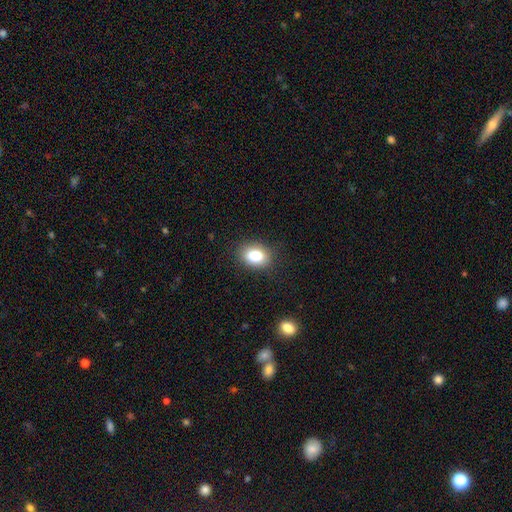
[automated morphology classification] Smooth or featured: smooth — 84% (star or artifact — 9%)
How rounded: in between — 70% (round — 28%)
Merging: none — 85% (minor disturbance — 11%)